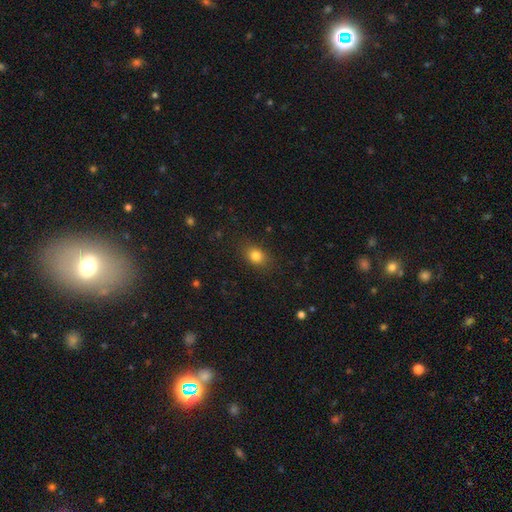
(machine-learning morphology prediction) Smooth or featured: smooth — 81% (star or artifact — 11%)
How rounded: in between — 59% (round — 39%)
Merging: none — 84% (minor disturbance — 11%)